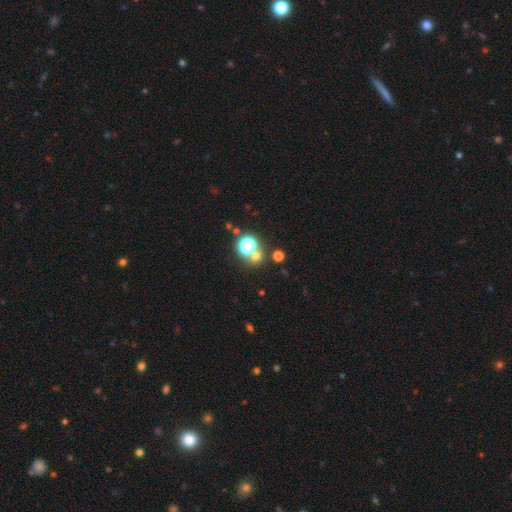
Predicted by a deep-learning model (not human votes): Smooth or featured? Predicted: smooth (p=0.55). How rounded? Predicted: round (p=0.86). Merging? Predicted: none (p=0.67).